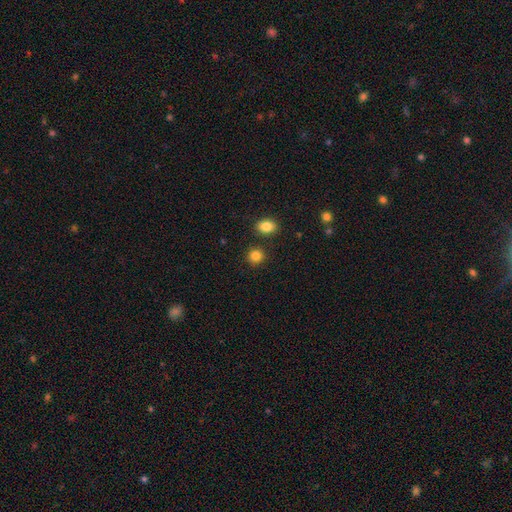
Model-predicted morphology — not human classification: Q: Smooth or featured?
A: smooth (84%); runner-up: star or artifact (11%)
Q: How rounded?
A: round (83%); runner-up: in between (16%)
Q: Merging?
A: none (84%); runner-up: minor disturbance (7%)